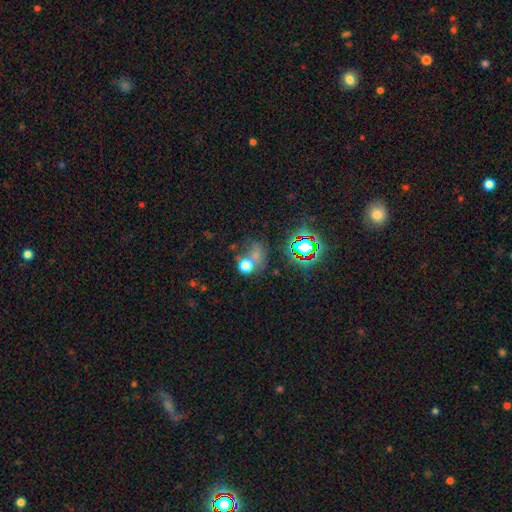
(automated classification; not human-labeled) Smooth or featured? smooth (55%)
How rounded? round (68%)
Merging? none (44%)